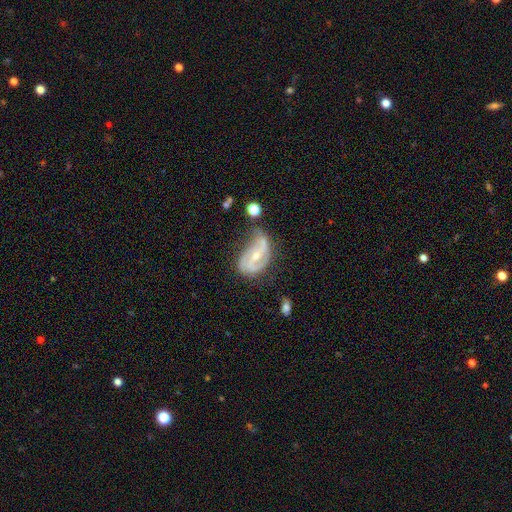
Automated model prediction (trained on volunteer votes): Morphology: type=featured or disk (81%); edge-on=no (96%); bar=weak (40%); spiral arms=yes (88%); winding=medium (44%); arm count=2 (72%); bulge=small (55%); merging=none (35%).